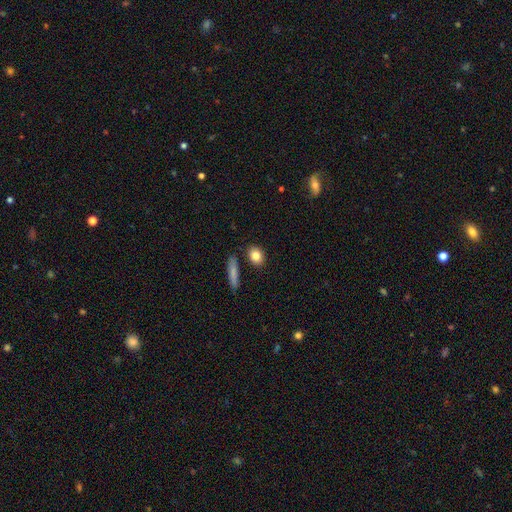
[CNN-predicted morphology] A smooth galaxy with no disk features (83%) that is in between round and cigar-shaped (53%).

Vote fractions:
- Smooth or featured? smooth: 83% / featured or disk: 9% / star or artifact: 8%
- How rounded? in between: 53% / round: 41% / cigar-shaped: 6%
- Merging? none: 83% / minor disturbance: 9% / merger: 5% / major disturbance: 2%